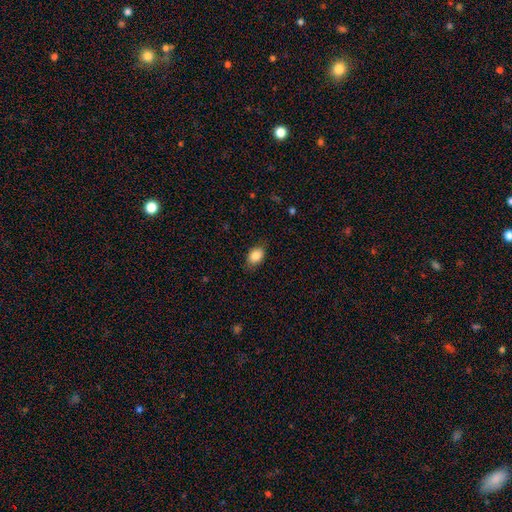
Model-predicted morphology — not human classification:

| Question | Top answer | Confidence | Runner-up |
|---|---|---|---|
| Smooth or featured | smooth | 87% | star or artifact (8%) |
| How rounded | in between | 80% | round (18%) |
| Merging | none | 78% | minor disturbance (17%) |